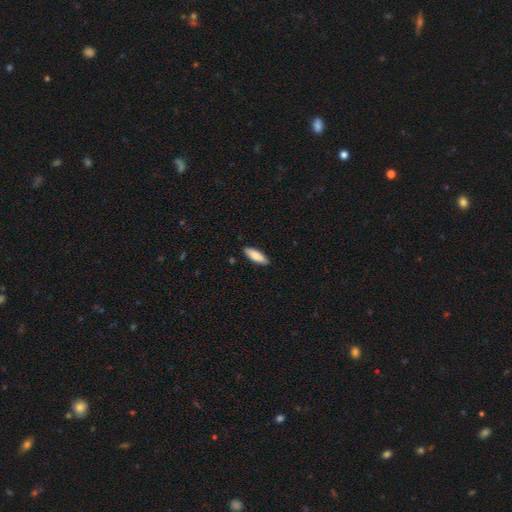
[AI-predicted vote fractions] Smooth or featured? smooth (84%)
How rounded? in between (58%)
Merging? none (89%)